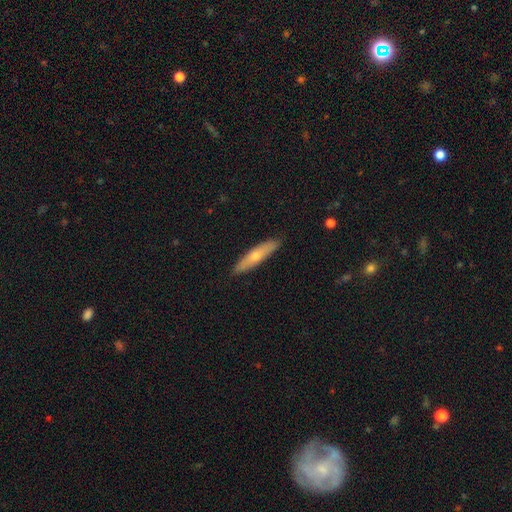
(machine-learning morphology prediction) This is possibly a smooth galaxy (59%). How rounded: likely cigar-shaped (79%). Merging: clearly none (89%).